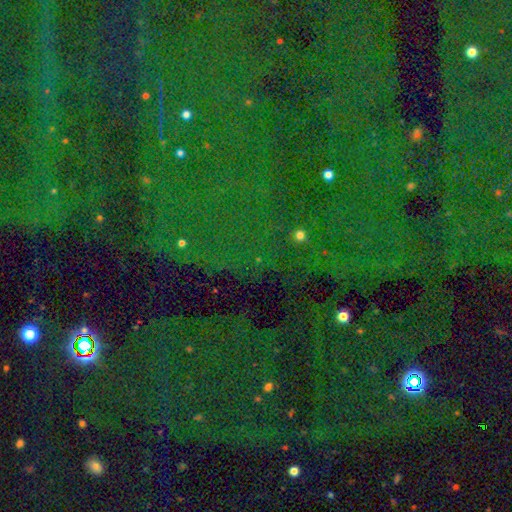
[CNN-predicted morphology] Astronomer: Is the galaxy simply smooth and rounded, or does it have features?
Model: star or artifact — 84%.